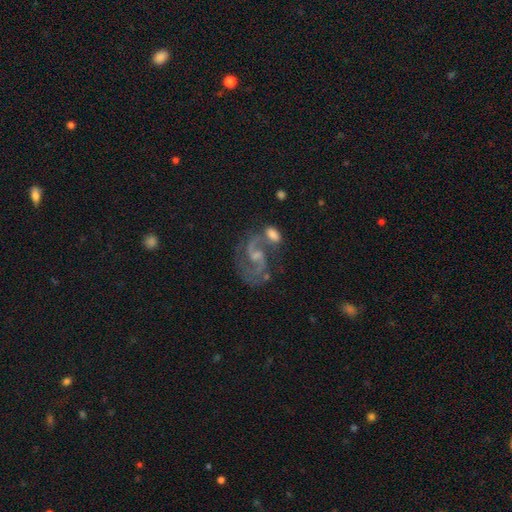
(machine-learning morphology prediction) smooth-or-featured: featured or disk: 86% | star or artifact: 7% | smooth: 7%
  disk-edge-on: no: 98% | yes: 2%
    bar: weak: 47% | no: 42% | strong: 11%
    has-spiral-arms: yes: 95% | no: 5%
      spiral-winding: medium: 56% | loose: 30% | tight: 14%
      spiral-arm-count: 2: 89% | can't tell: 4% | 1: 3% | 3: 2% | 4: 1% | more than 4: 1%
    bulge-size: small: 54% | moderate: 28% | none: 14% | large: 2% | dominant: 1%
  merging: none: 42% | merger: 29% | minor disturbance: 16% | major disturbance: 14%